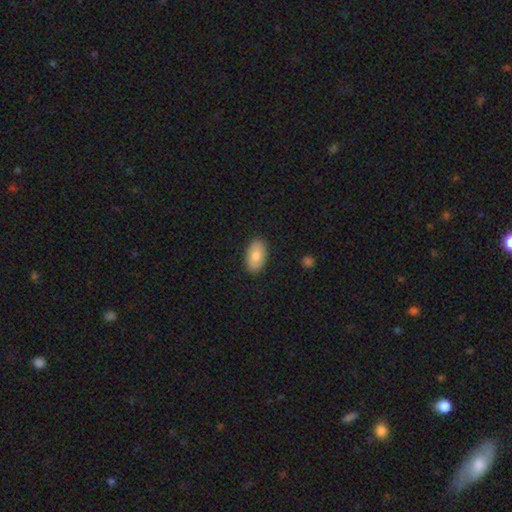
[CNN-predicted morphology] Overall: smooth (82%). How rounded: in between (94%). Merging: none (88%).